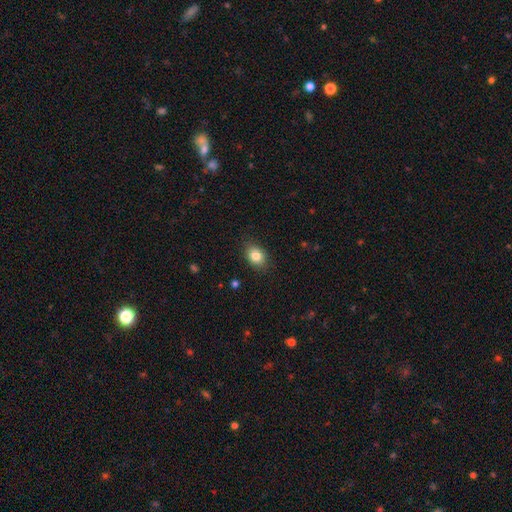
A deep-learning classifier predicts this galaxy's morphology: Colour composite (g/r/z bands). It shows a smooth galaxy with no disk features (83%) that is in between round and cigar-shaped (66%). Merging: none (84%).